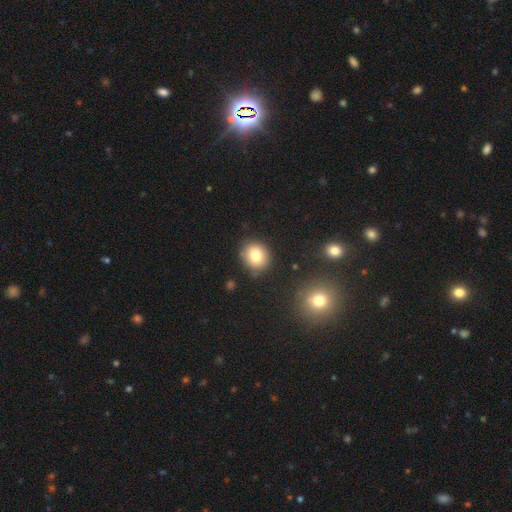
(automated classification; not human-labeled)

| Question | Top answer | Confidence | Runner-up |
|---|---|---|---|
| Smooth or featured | smooth | 78% | star or artifact (12%) |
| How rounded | round | 77% | in between (22%) |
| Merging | none | 84% | minor disturbance (11%) |